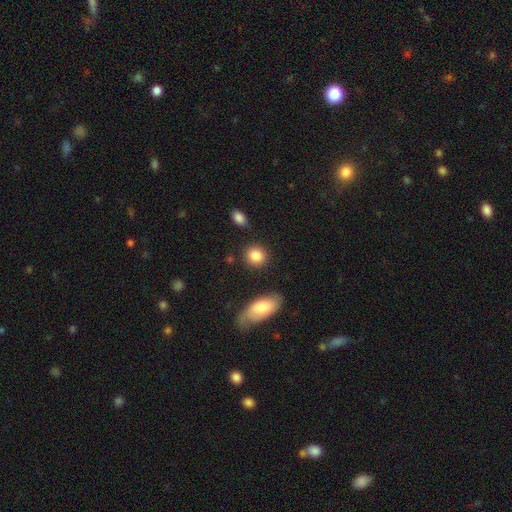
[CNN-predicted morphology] A smooth galaxy with no disk features (87%) that is round (80%). Merging: none (84%).